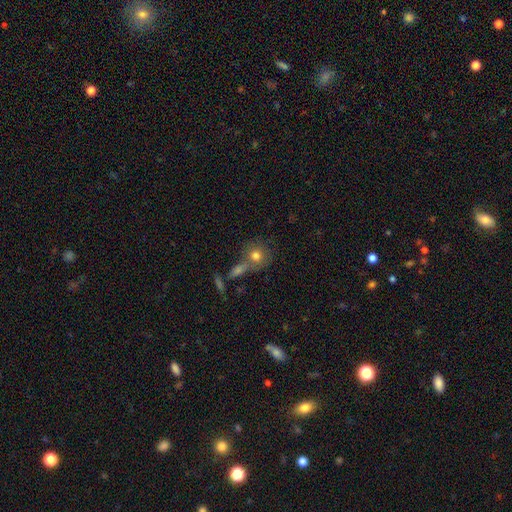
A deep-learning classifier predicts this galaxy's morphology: A smooth galaxy with no disk features (74%) that is round (85%). Merging: none (55%).